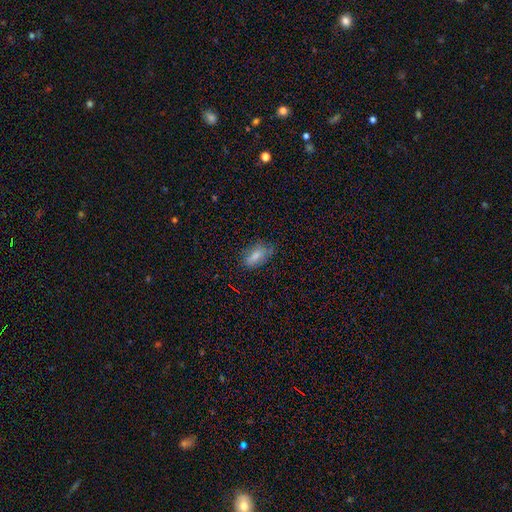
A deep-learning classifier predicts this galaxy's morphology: smooth-or-featured: smooth: 78% | featured or disk: 12% | star or artifact: 10%
  how-rounded: in between: 84% | cigar-shaped: 12% | round: 4%
  merging: none: 71% | minor disturbance: 21% | major disturbance: 6% | merger: 1%